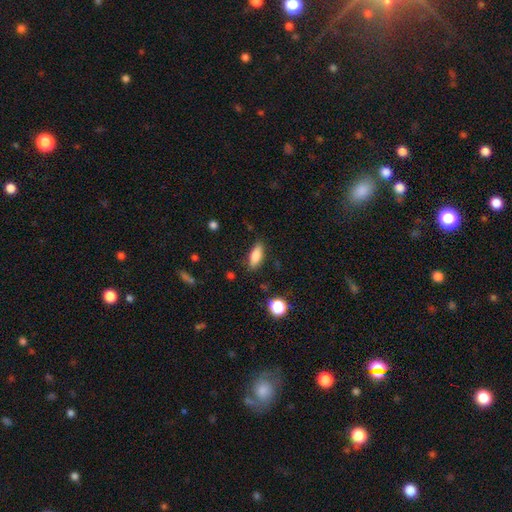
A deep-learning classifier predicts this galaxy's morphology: smooth_or_featured: smooth (p=0.79) [alt: featured or disk p=0.13]
how_rounded: in between (p=0.72) [alt: cigar-shaped p=0.25]
merging: none (p=0.84) [alt: minor disturbance p=0.11]